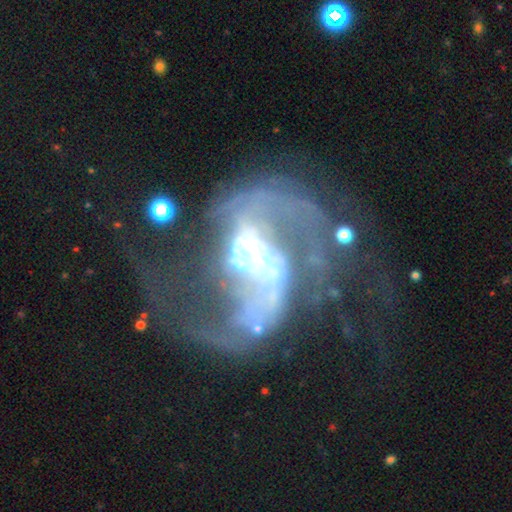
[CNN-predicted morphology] Smooth or featured? Predicted: featured or disk (p=0.88). Edge-on disk? Predicted: no (p=0.98). Bar? Predicted: weak (p=0.40). Spiral arms? Predicted: yes (p=0.93). Spiral winding? Predicted: loose (p=0.52). Spiral arm count? Predicted: 2 (p=0.80). Bulge size? Predicted: moderate (p=0.57). Merging? Predicted: major disturbance (p=0.38).